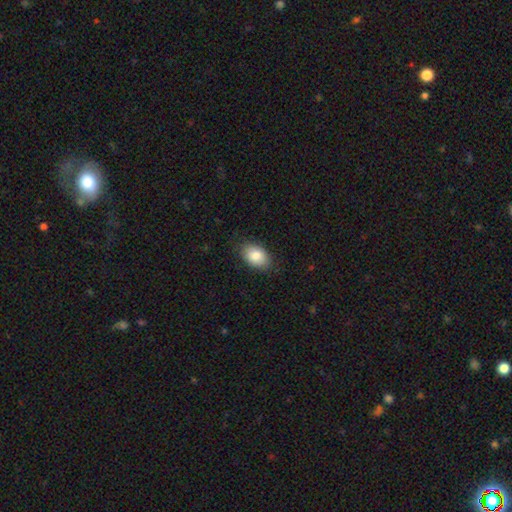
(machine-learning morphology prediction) This is clearly a smooth galaxy (84%). How rounded: clearly in between (89%). Merging: clearly none (84%).